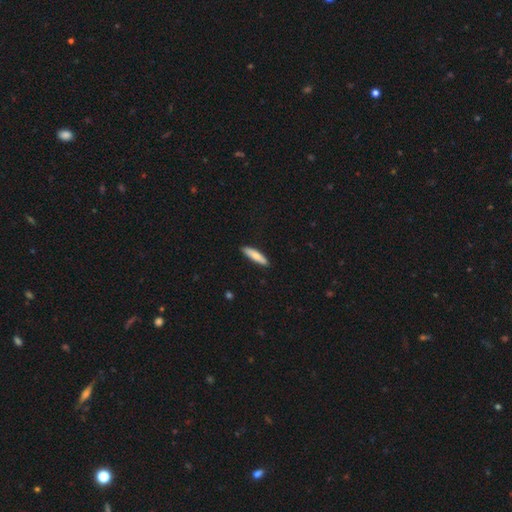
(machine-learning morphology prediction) smooth 77%, featured or disk 18%, star or artifact 5%. Down the decision tree: how rounded — cigar-shaped (77%); merging — none (89%).